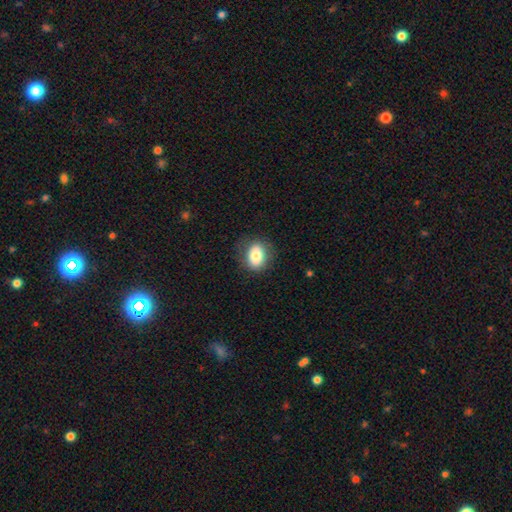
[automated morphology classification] type=smooth (79%); roundness=in between (69%); merging=none (80%).